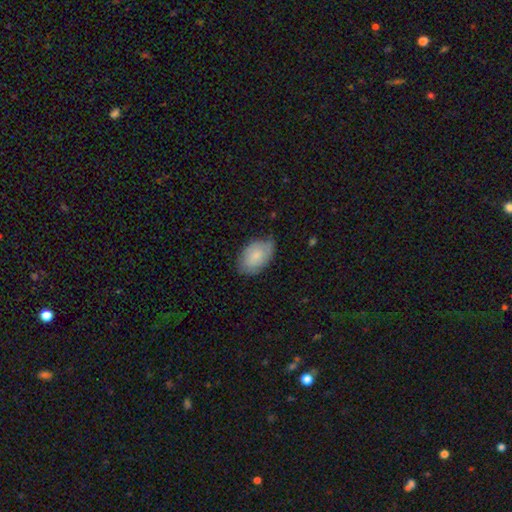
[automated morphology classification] This is likely a smooth galaxy (77%). How rounded: clearly in between (91%). Merging: likely none (67%).